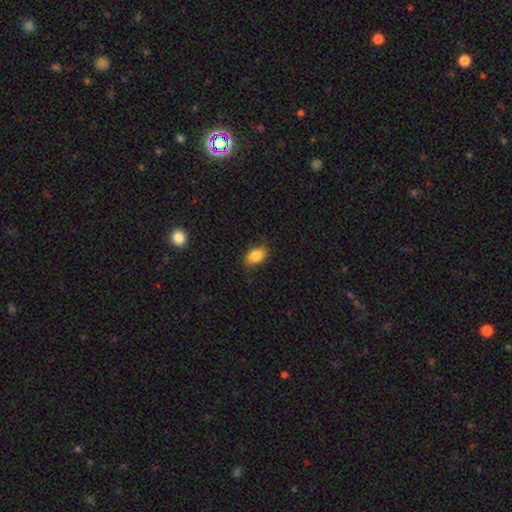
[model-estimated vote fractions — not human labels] A smooth galaxy with no disk features (85%) that is in between round and cigar-shaped (86%).

Vote fractions:
- Smooth or featured? smooth: 85% / star or artifact: 8% / featured or disk: 6%
- How rounded? in between: 86% / round: 12% / cigar-shaped: 2%
- Merging? none: 84% / minor disturbance: 12% / major disturbance: 3% / merger: 1%